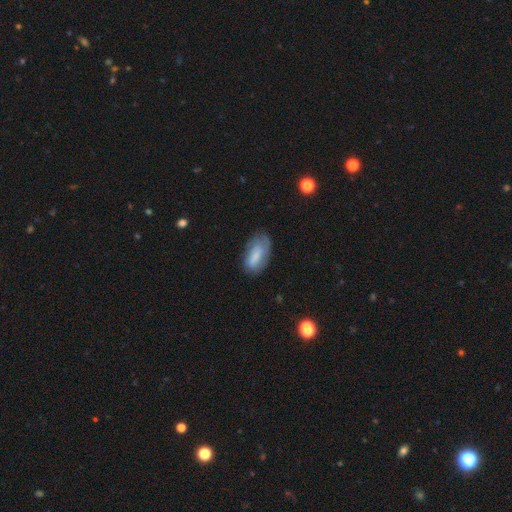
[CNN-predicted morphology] smooth-or-featured: smooth: 68% | featured or disk: 25% | star or artifact: 7%
  how-rounded: in between: 91% | cigar-shaped: 5% | round: 3%
  merging: none: 57% | minor disturbance: 30% | major disturbance: 11% | merger: 2%